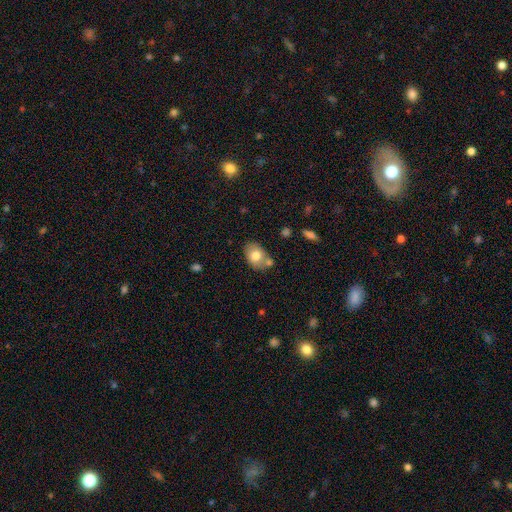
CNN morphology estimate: This is likely a smooth galaxy (74%). How rounded: likely in between (76%). Merging: possibly none (60%).